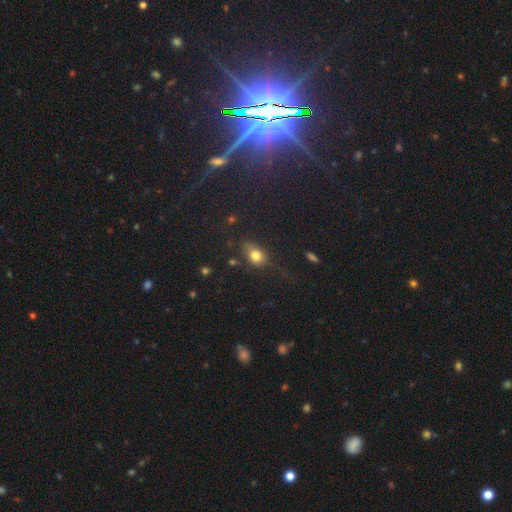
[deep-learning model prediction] smooth_or_featured: smooth (p=0.78) [alt: star or artifact p=0.13]
how_rounded: in between (p=0.59) [alt: round p=0.39]
merging: none (p=0.57) [alt: minor disturbance p=0.25]